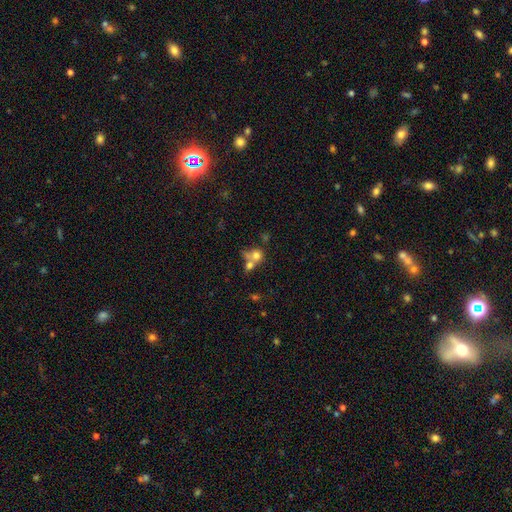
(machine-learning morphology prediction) The model was most divided on "merging": merger: 59%, none: 27%, minor disturbance: 7%, major disturbance: 6%. More confident: how rounded — round (74%); smooth or featured — smooth (69%).